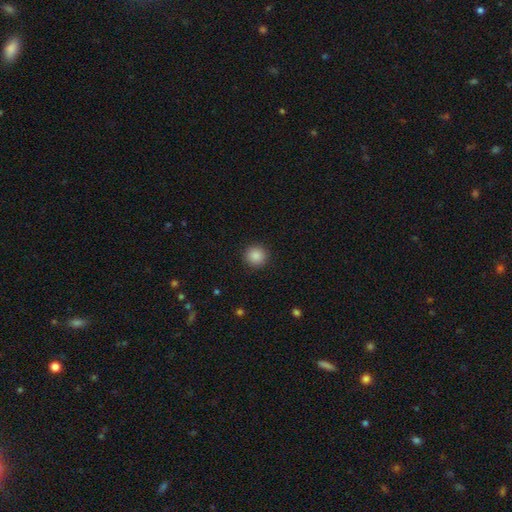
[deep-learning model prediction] This is clearly a smooth galaxy (88%). How rounded: clearly round (95%). Merging: clearly none (92%).